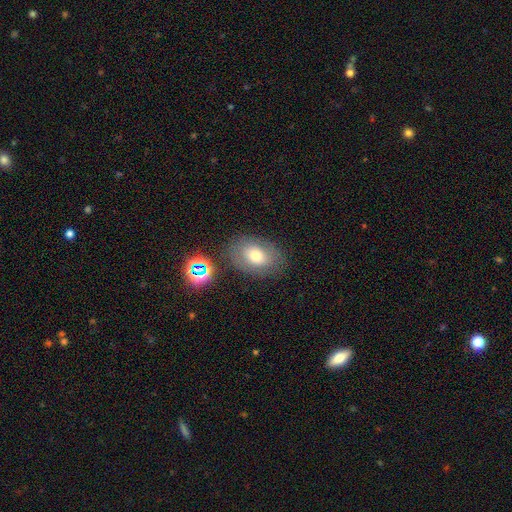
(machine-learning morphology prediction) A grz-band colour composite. It shows a smooth galaxy with no disk features (70%) that is in between round and cigar-shaped (76%). Merging: none (76%).